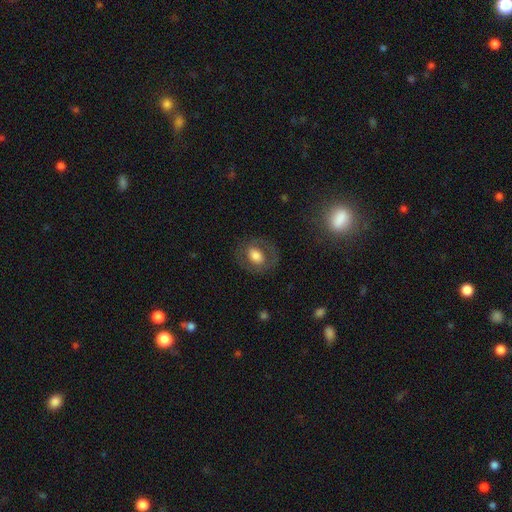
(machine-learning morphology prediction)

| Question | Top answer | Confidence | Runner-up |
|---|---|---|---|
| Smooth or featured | smooth | 59% | featured or disk (33%) |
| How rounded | in between | 54% | round (45%) |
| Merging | none | 76% | minor disturbance (13%) |